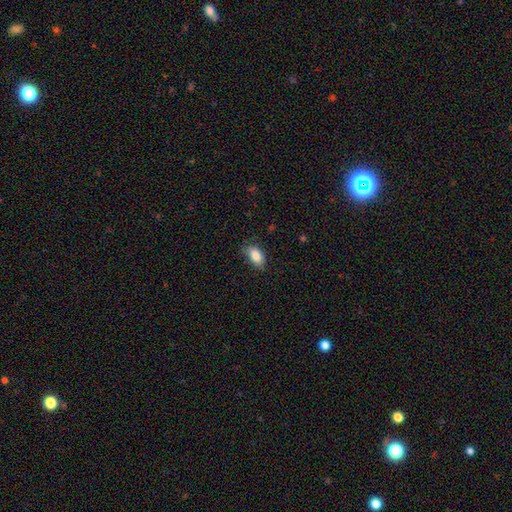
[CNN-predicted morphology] type=smooth (87%); roundness=in between (90%); merging=none (74%).